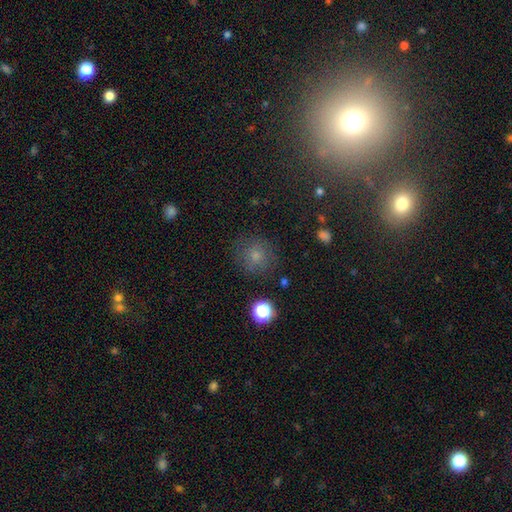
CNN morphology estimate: Smooth or featured? Predicted: smooth (p=0.72). How rounded? Predicted: round (p=0.91). Merging? Predicted: none (p=0.81).